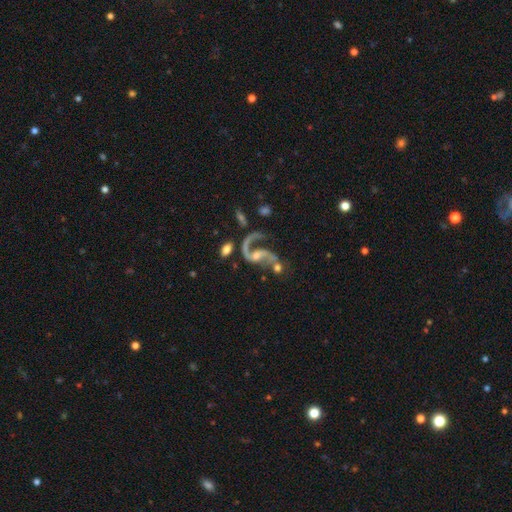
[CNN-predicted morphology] Smooth or featured: featured or disk — 86% (star or artifact — 7%)
Edge-on disk: no — 97% (yes — 3%)
Bar: no — 48% (weak — 36%)
Spiral arms: yes — 93% (no — 7%)
Spiral winding: loose — 65% (medium — 29%)
Spiral arm count: 2 — 77% (1 — 18%)
Bulge size: small — 52% (moderate — 31%)
Merging: none — 36% (major disturbance — 26%)